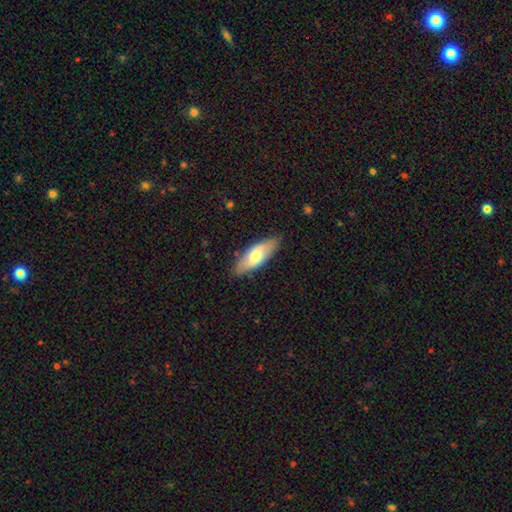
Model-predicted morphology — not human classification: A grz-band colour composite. It shows a smooth galaxy with no disk features (56%) that is in between round and cigar-shaped (71%). Merging: none (83%).